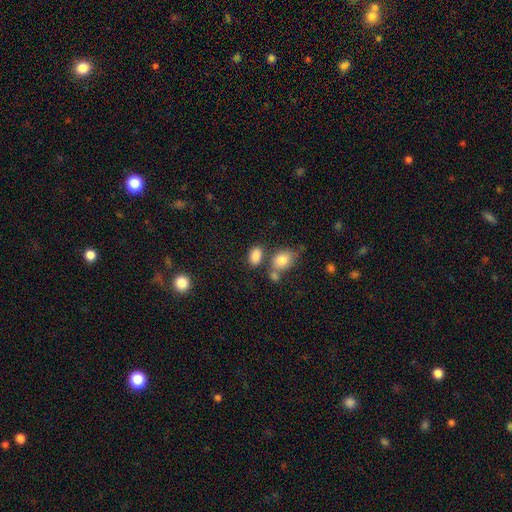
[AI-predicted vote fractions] smooth 85%, star or artifact 9%, featured or disk 6%. Down the decision tree: how rounded — in between (86%); merging — none (61%).